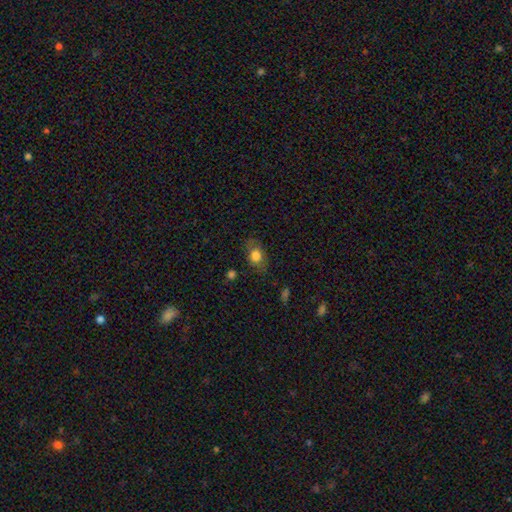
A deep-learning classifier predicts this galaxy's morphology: Smooth or featured?
  - smooth: 77% *
  - featured or disk: 14%
  - star or artifact: 9%
How rounded?
  - in between: 73% *
  - round: 25%
  - cigar-shaped: 2%
Merging?
  - none: 73% *
  - minor disturbance: 19%
  - major disturbance: 6%
  - merger: 2%